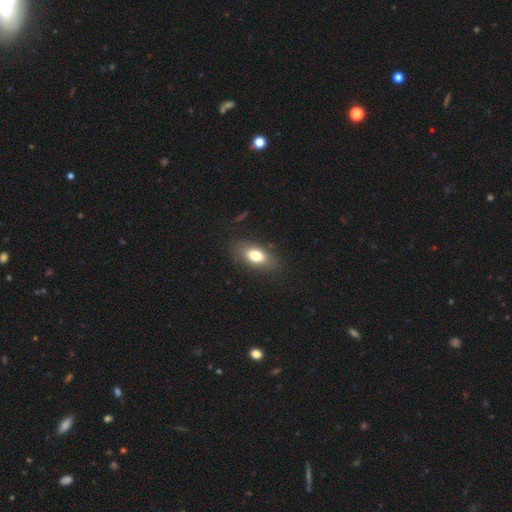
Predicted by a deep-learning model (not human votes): This appears to be a smooth galaxy with no disk features (74%) that is in between round and cigar-shaped (86%). Merging: none (80%).